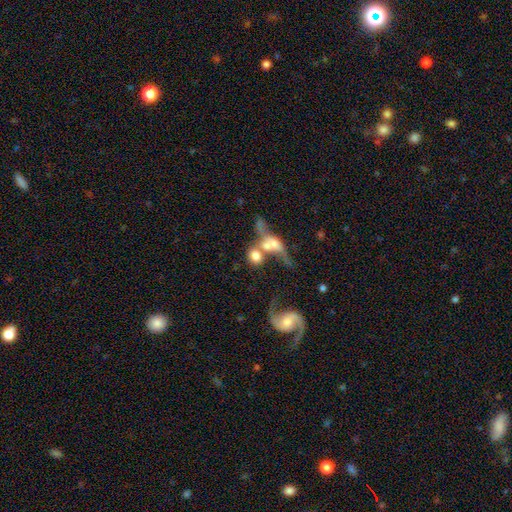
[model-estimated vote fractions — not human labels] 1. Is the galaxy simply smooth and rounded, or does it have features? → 60% smooth, 30% featured or disk, 10% star or artifact.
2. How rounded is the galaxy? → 58% round, 38% in between, 4% cigar-shaped.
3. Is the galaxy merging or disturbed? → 64% merger, 18% none, 11% major disturbance, 7% minor disturbance.